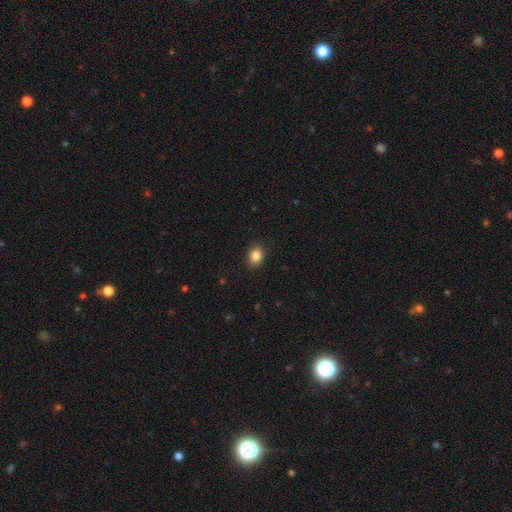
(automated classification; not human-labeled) This appears to be a smooth galaxy with no disk features (86%) that is in between round and cigar-shaped (62%). Merging: none (88%).